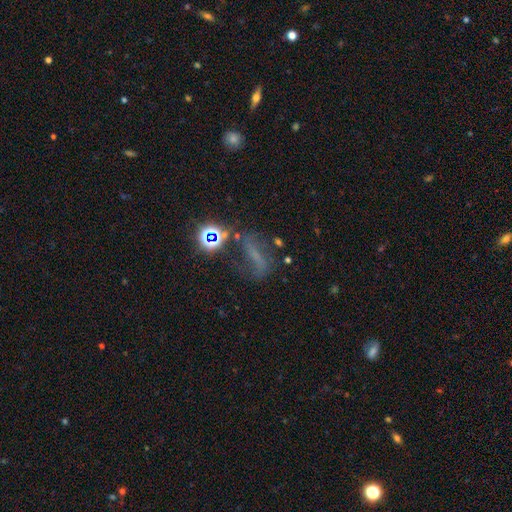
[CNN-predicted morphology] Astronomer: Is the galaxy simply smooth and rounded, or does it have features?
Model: featured or disk — 36% (runner-up: star or artifact, 34%).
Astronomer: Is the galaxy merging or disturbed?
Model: none — 44% (runner-up: major disturbance, 25%).